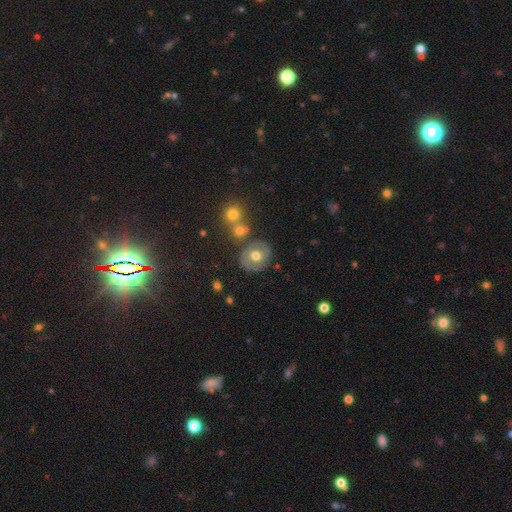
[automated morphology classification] A smooth galaxy with no disk features (52%) that is round (72%).

Vote fractions:
- Smooth or featured? smooth: 52% / featured or disk: 40% / star or artifact: 8%
- How rounded? round: 72% / in between: 27% / cigar-shaped: 1%
- Merging? none: 73% / minor disturbance: 13% / merger: 8% / major disturbance: 5%